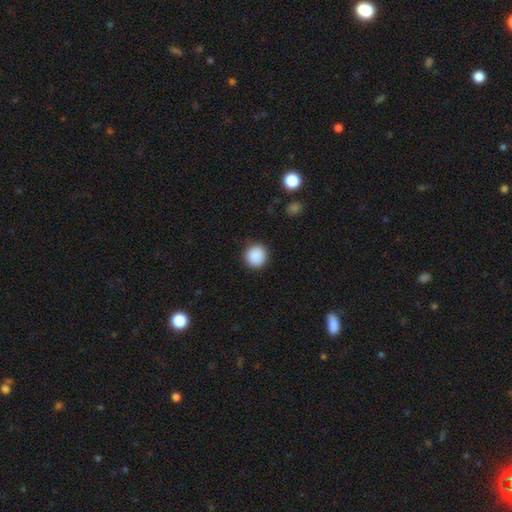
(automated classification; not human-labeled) smooth-or-featured: smooth: 90% | star or artifact: 8% | featured or disk: 2%
  how-rounded: round: 93% | in between: 6% | cigar-shaped: 1%
  merging: none: 91% | minor disturbance: 6% | major disturbance: 2% | merger: 1%